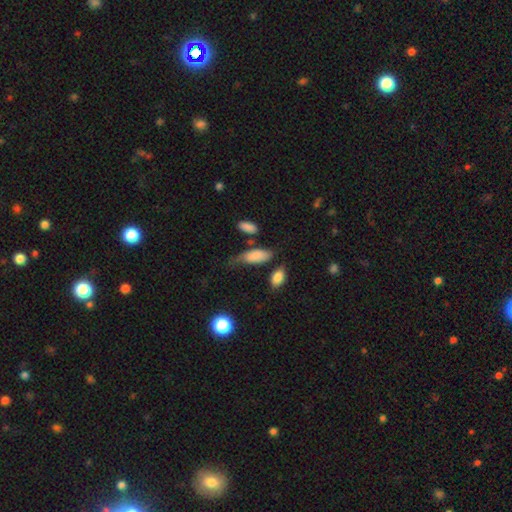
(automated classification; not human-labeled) This is clearly a smooth galaxy (82%). How rounded: clearly in between (83%). Merging: possibly none (49%).